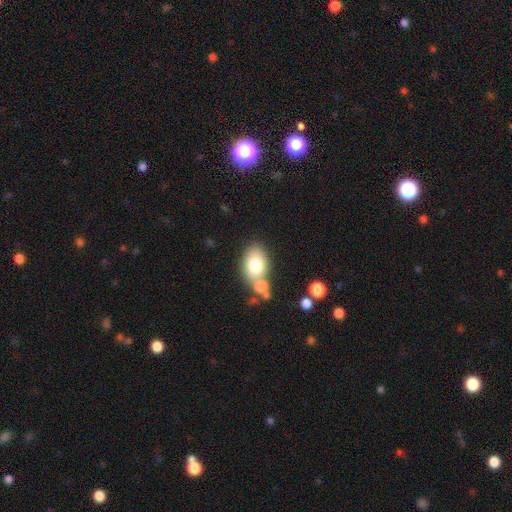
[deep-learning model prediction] A smooth galaxy with no disk features (74%) that is in between round and cigar-shaped (77%). Merging: none (62%).